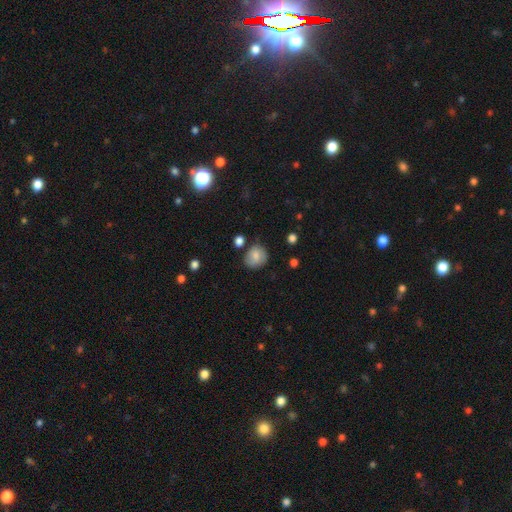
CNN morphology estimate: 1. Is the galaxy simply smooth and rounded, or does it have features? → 79% smooth, 12% featured or disk, 9% star or artifact.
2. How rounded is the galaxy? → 76% round, 23% in between, 1% cigar-shaped.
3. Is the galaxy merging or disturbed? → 71% none, 20% minor disturbance, 5% major disturbance, 4% merger.